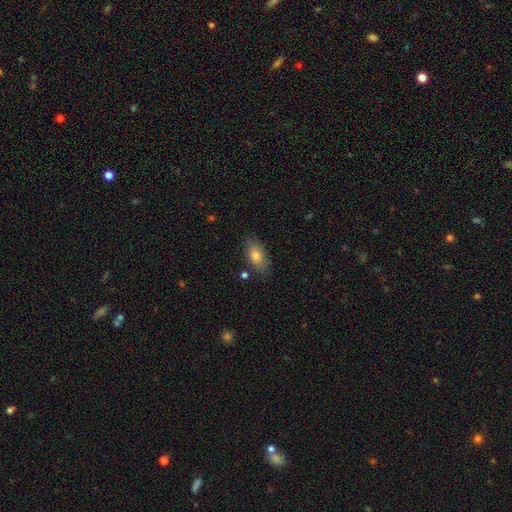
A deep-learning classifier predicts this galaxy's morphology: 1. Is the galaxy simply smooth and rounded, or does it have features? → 77% smooth, 15% featured or disk, 8% star or artifact.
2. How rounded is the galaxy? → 89% in between, 6% cigar-shaped, 5% round.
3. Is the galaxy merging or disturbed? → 83% none, 12% minor disturbance, 3% major disturbance, 2% merger.